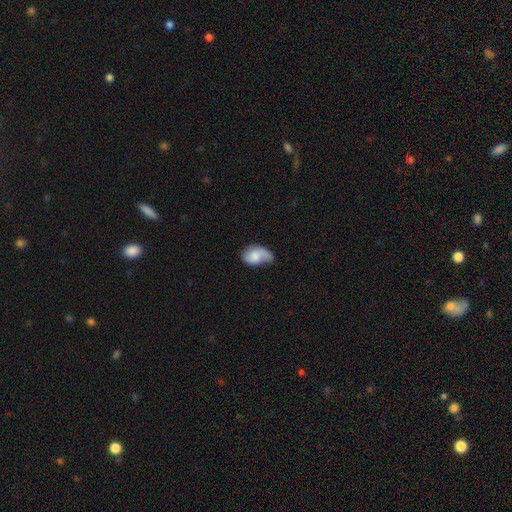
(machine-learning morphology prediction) Smooth or featured? smooth (55%)
How rounded? in between (84%)
Merging? minor disturbance (39%)